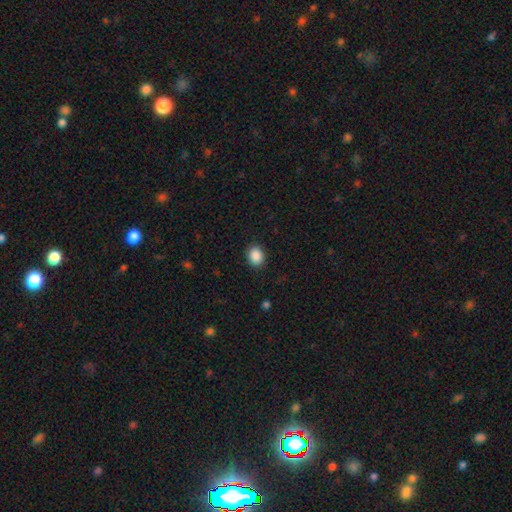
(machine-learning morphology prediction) smooth_or_featured: smooth (p=0.89) [alt: star or artifact p=0.09]
how_rounded: round (p=0.60) [alt: in between p=0.39]
merging: none (p=0.89) [alt: minor disturbance p=0.08]